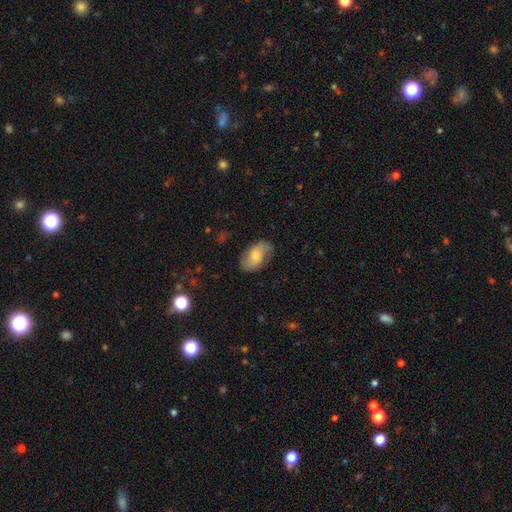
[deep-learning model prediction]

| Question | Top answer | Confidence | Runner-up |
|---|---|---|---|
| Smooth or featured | smooth | 49% | featured or disk (43%) |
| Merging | none | 75% | minor disturbance (18%) |